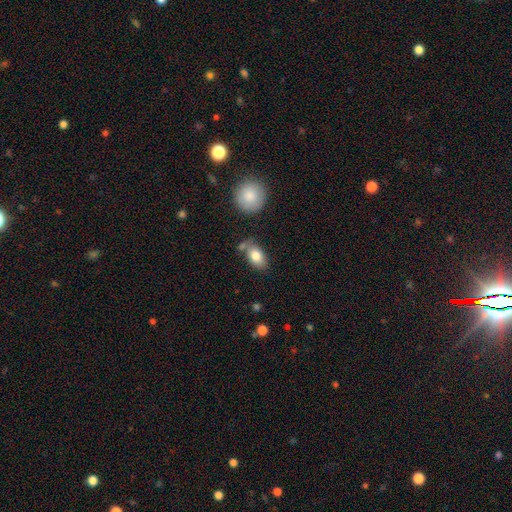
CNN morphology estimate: smooth-or-featured: smooth: 81% | featured or disk: 12% | star or artifact: 7%
  how-rounded: in between: 89% | round: 8% | cigar-shaped: 2%
  merging: none: 64% | minor disturbance: 16% | merger: 15% | major disturbance: 4%